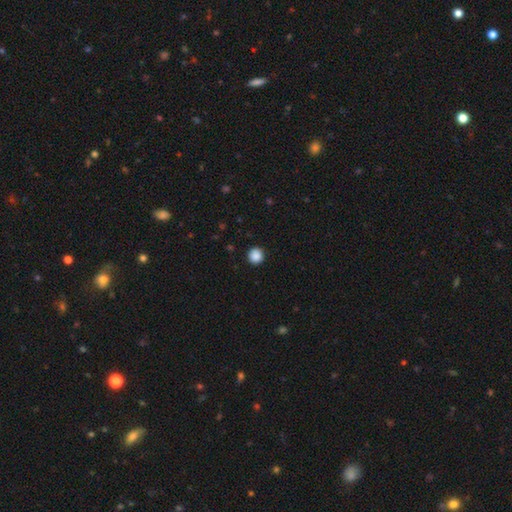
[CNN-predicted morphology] type=smooth (88%); roundness=round (94%); merging=none (92%).